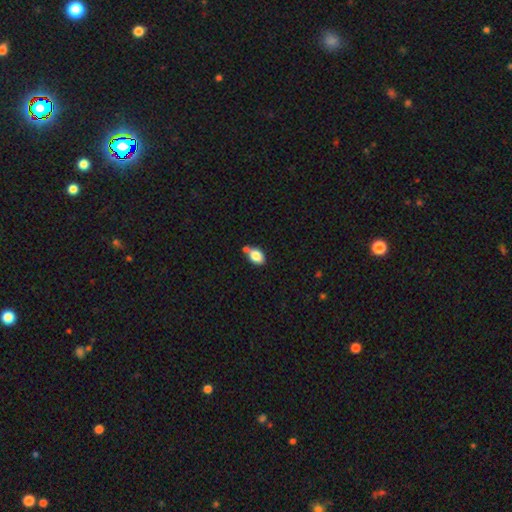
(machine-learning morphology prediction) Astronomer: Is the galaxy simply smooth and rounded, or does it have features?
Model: smooth — 83%.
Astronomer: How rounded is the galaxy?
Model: in between — 82%.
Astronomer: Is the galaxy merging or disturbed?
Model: none — 58%.